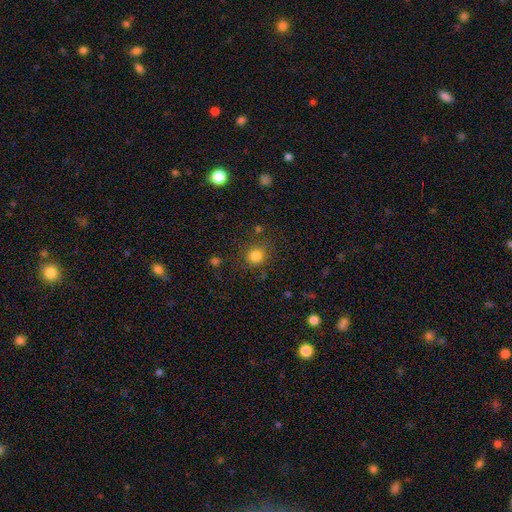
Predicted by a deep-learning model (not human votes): Smooth or featured? smooth (82%)
How rounded? round (88%)
Merging? none (83%)